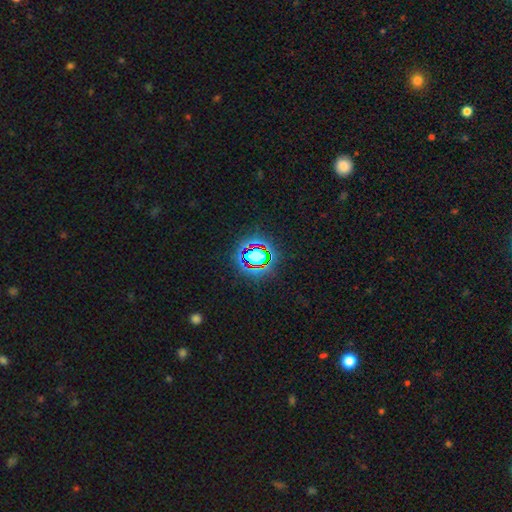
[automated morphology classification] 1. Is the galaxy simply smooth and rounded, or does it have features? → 67% star or artifact, 21% smooth, 12% featured or disk.